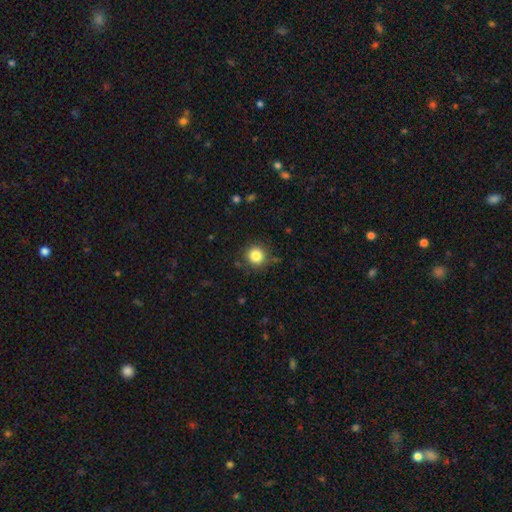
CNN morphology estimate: smooth 83%, star or artifact 11%, featured or disk 5%. Down the decision tree: how rounded — round (94%); merging — none (86%).